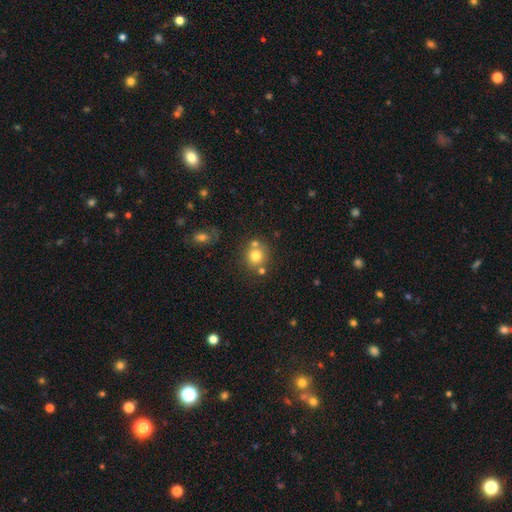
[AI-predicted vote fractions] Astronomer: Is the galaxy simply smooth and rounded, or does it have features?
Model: smooth — 76%.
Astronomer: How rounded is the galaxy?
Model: round — 85%.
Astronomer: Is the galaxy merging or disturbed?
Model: none — 64%.